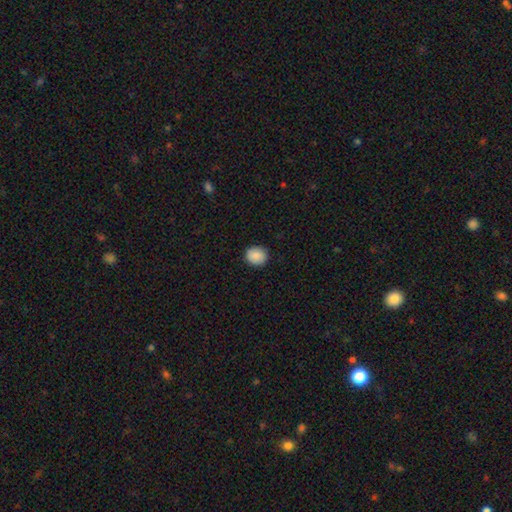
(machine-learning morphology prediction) smooth_or_featured: smooth (p=0.89) [alt: star or artifact p=0.08]
how_rounded: round (p=0.80) [alt: in between p=0.19]
merging: none (p=0.90) [alt: minor disturbance p=0.07]